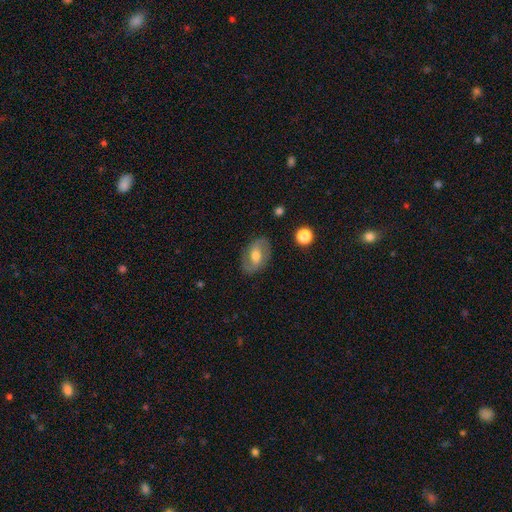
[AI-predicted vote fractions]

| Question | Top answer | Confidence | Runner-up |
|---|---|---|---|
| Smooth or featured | featured or disk | 62% | smooth (31%) |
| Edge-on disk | no | 95% | yes (5%) |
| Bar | weak | 45% | no (36%) |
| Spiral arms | yes | 82% | no (18%) |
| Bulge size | moderate | 70% | small (20%) |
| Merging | none | 81% | minor disturbance (14%) |